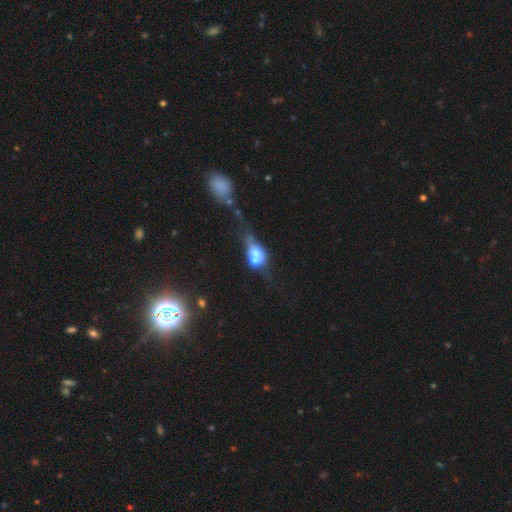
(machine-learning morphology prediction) The model was most divided on "smooth or featured": smooth: 55%, featured or disk: 34%, star or artifact: 11%. More confident: merging — merger (60%); how rounded — in between (58%).